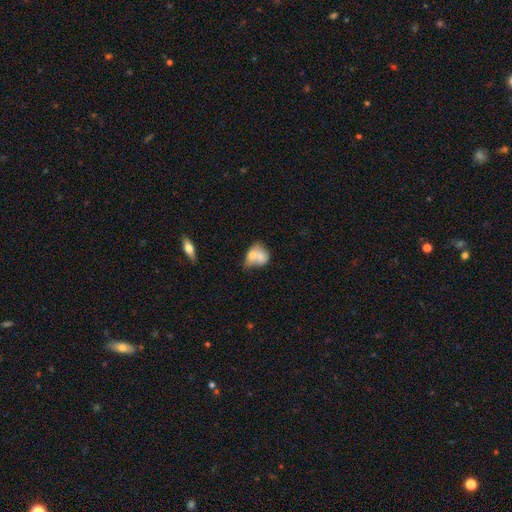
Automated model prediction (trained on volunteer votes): Q: Smooth or featured?
A: smooth (66%); runner-up: featured or disk (26%)
Q: How rounded?
A: in between (54%); runner-up: round (44%)
Q: Merging?
A: merger (64%); runner-up: none (18%)